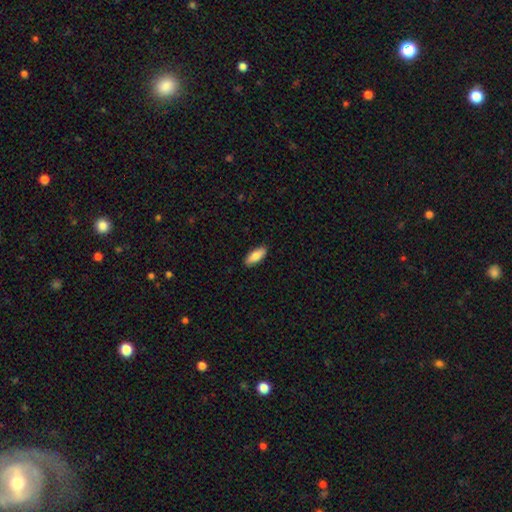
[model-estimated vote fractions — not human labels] The model was most divided on "how rounded": in between: 77%, cigar-shaped: 21%, round: 2%. More confident: merging — none (89%); smooth or featured — smooth (84%).